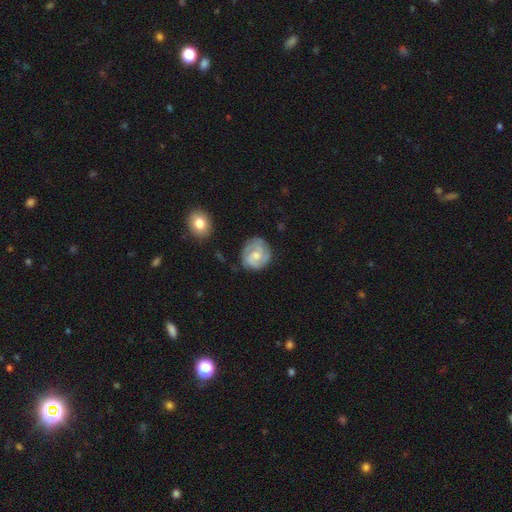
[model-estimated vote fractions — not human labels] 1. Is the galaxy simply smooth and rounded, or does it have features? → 70% featured or disk, 23% smooth, 6% star or artifact.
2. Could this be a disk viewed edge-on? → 98% no, 2% yes.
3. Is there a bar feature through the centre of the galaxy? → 64% no, 32% weak, 5% strong.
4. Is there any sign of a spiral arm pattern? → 92% yes, 8% no.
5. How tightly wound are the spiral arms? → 56% tight, 35% medium, 9% loose.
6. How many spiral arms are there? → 35% 2, 31% 3, 21% can't tell, 5% 4, 4% 1, 3% more than 4.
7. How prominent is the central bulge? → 48% moderate, 42% small, 5% none, 4% large, 1% dominant.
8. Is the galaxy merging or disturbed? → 75% none, 18% minor disturbance, 5% major disturbance, 2% merger.